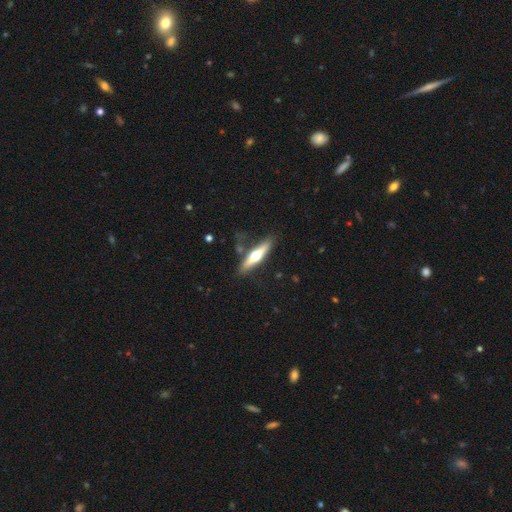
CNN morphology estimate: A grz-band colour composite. It shows a featured or disk galaxy (56%) viewed edge-on (92%) with a rounded central bulge (93%). Merging: none (78%).